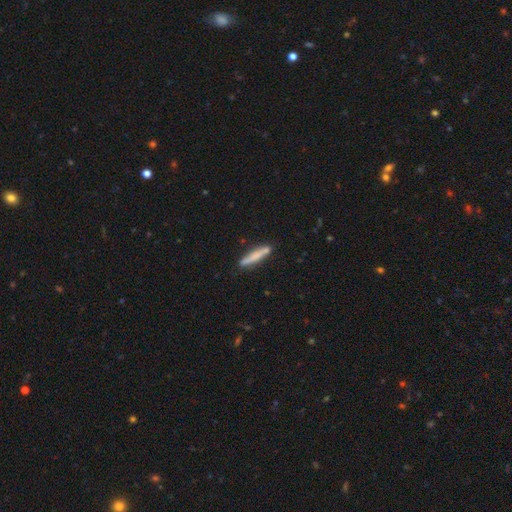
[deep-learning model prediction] Q: Smooth or featured?
A: smooth (70%); runner-up: featured or disk (24%)
Q: How rounded?
A: cigar-shaped (92%); runner-up: in between (6%)
Q: Merging?
A: none (83%); runner-up: minor disturbance (11%)